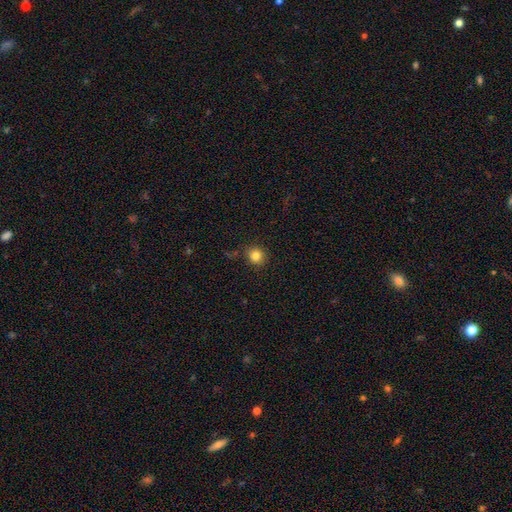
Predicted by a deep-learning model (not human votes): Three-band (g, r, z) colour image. It shows a smooth galaxy with no disk features (83%) that is round (88%). Merging: none (85%).